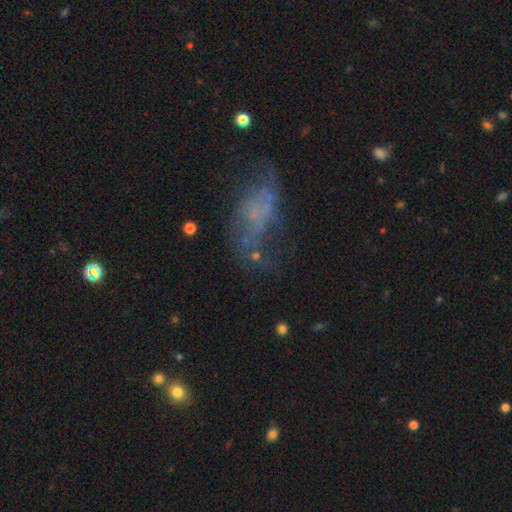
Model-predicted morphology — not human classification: smooth-or-featured: featured or disk: 48% | smooth: 33% | star or artifact: 19%
  merging: none: 41% | major disturbance: 31% | minor disturbance: 19% | merger: 8%